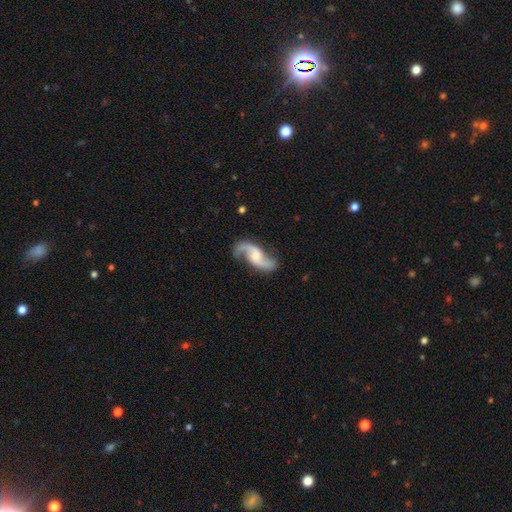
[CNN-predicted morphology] smooth_or_featured: featured or disk (p=0.89) [alt: smooth p=0.07]
disk_edge_on: no (p=0.96) [alt: yes p=0.04]
bar: no (p=0.50) [alt: weak p=0.39]
has_spiral_arms: yes (p=0.97) [alt: no p=0.03]
spiral_winding: loose (p=0.71) [alt: medium p=0.24]
spiral_arm_count: 2 (p=0.94) [alt: 1 p=0.02]
bulge_size: moderate (p=0.42) [alt: small p=0.39]
merging: none (p=0.78) [alt: minor disturbance p=0.14]